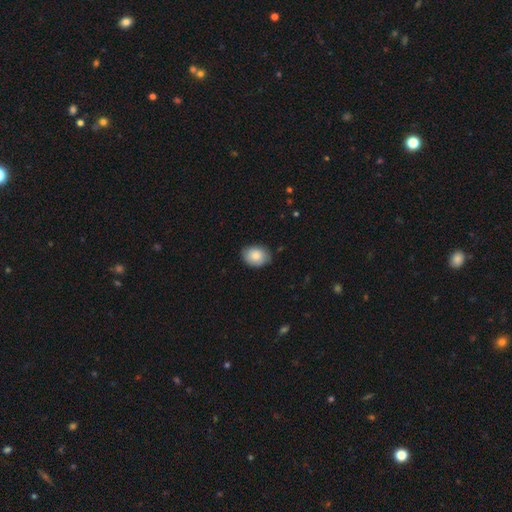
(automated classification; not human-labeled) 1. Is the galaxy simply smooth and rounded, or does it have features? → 84% smooth, 10% featured or disk, 7% star or artifact.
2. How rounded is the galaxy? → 67% in between, 32% round, 1% cigar-shaped.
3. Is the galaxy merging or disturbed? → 80% none, 16% minor disturbance, 2% major disturbance, 1% merger.